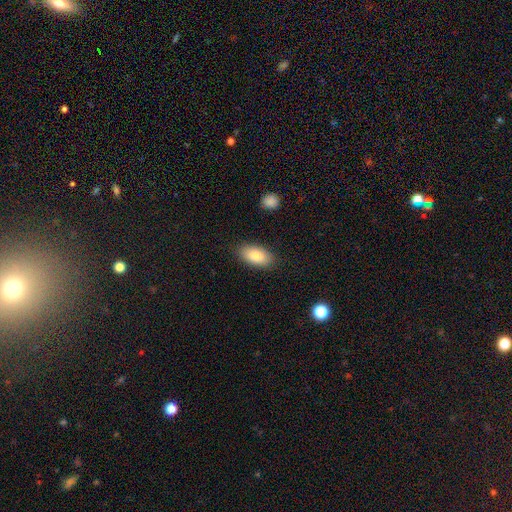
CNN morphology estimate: Smooth or featured?
  - smooth: 85% *
  - featured or disk: 9%
  - star or artifact: 6%
How rounded?
  - in between: 94% *
  - cigar-shaped: 3%
  - round: 3%
Merging?
  - none: 86% *
  - minor disturbance: 10%
  - major disturbance: 3%
  - merger: 1%